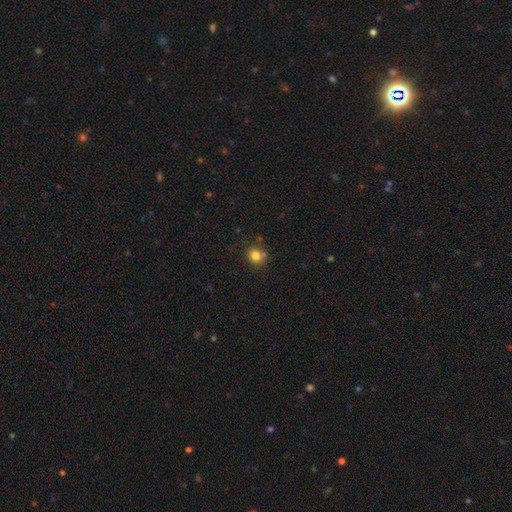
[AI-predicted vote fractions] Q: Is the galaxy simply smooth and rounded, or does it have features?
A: smooth — 81%.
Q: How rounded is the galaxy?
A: round — 80%.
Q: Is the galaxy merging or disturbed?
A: none — 70%.